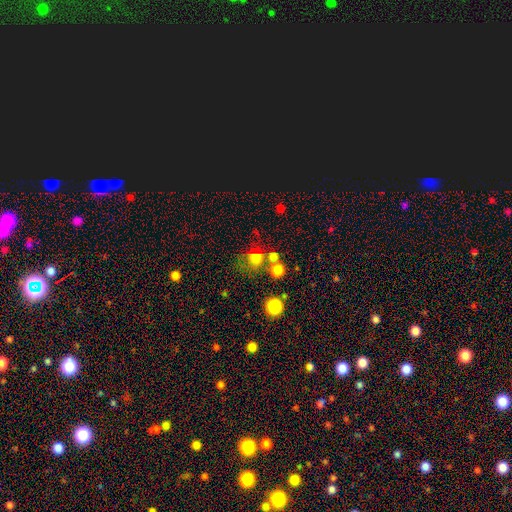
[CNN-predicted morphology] type=smooth (71%); roundness=round (81%); merging=none (55%).